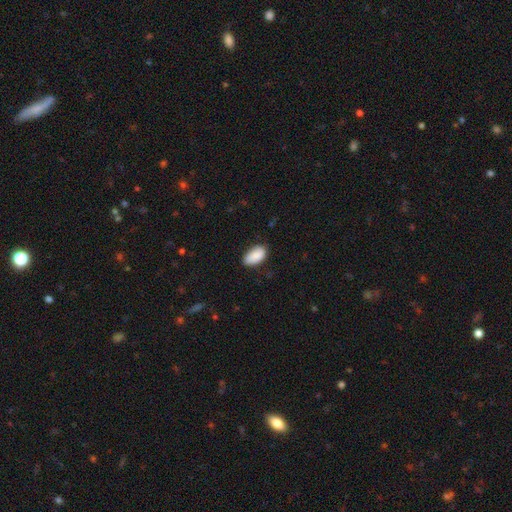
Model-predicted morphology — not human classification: smooth-or-featured: smooth: 88% | star or artifact: 6% | featured or disk: 5%
  how-rounded: in between: 95% | round: 4% | cigar-shaped: 2%
  merging: none: 75% | minor disturbance: 20% | major disturbance: 3% | merger: 1%